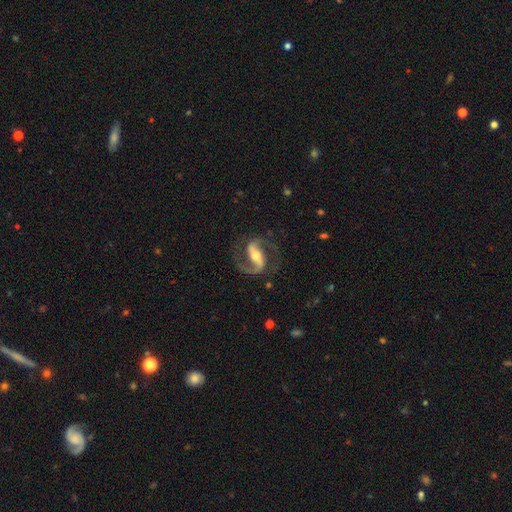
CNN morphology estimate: smooth_or_featured: featured or disk (p=0.92) [alt: star or artifact p=0.04]
disk_edge_on: no (p=0.97) [alt: yes p=0.03]
bar: strong (p=0.57) [alt: weak p=0.30]
has_spiral_arms: yes (p=0.98) [alt: no p=0.02]
spiral_winding: medium (p=0.60) [alt: loose p=0.27]
spiral_arm_count: 2 (p=0.92) [alt: 1 p=0.03]
bulge_size: moderate (p=0.64) [alt: small p=0.27]
merging: none (p=0.79) [alt: minor disturbance p=0.12]